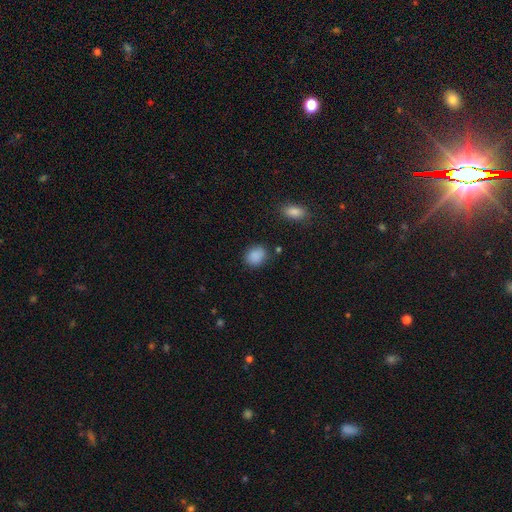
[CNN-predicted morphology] smooth 88%, star or artifact 9%, featured or disk 3%. Down the decision tree: how rounded — in between (51%); merging — none (81%).